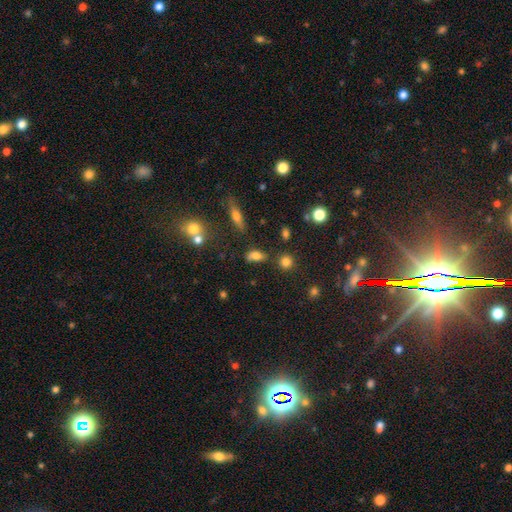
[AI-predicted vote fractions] Smooth or featured: smooth — 75% (star or artifact — 13%)
How rounded: in between — 72% (round — 20%)
Merging: none — 63% (minor disturbance — 19%)